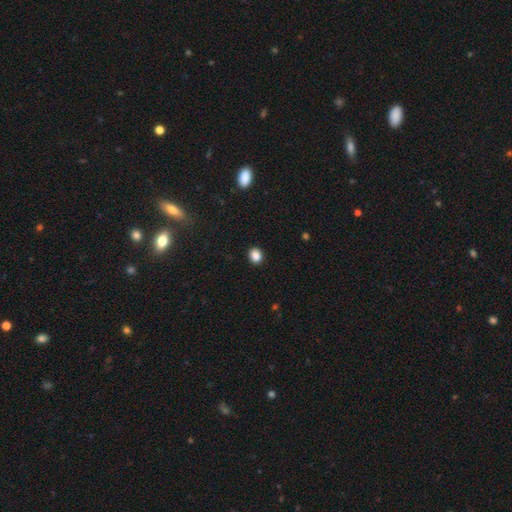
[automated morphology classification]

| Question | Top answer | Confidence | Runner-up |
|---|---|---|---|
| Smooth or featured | smooth | 87% | star or artifact (10%) |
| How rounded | round | 64% | in between (36%) |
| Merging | none | 90% | minor disturbance (7%) |